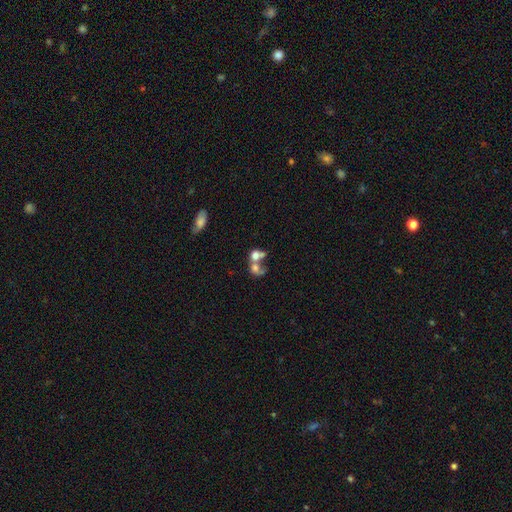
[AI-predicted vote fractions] The model was most divided on "how rounded": round: 56%, in between: 42%, cigar-shaped: 2%. More confident: merging — merger (69%); smooth or featured — smooth (60%).